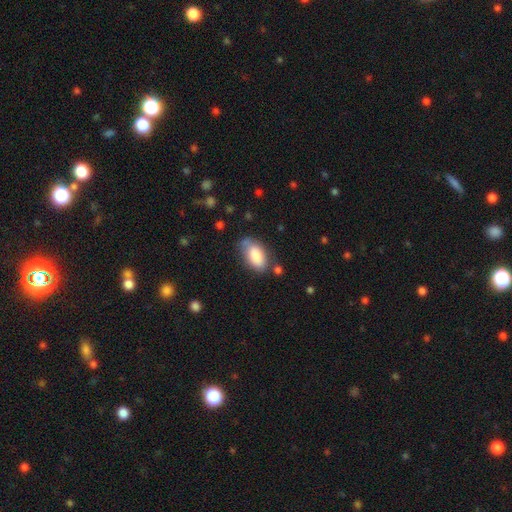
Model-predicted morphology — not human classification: The model was most divided on "merging": none: 66%, minor disturbance: 22%, major disturbance: 6%, merger: 6%. More confident: how rounded — in between (93%); smooth or featured — smooth (84%).